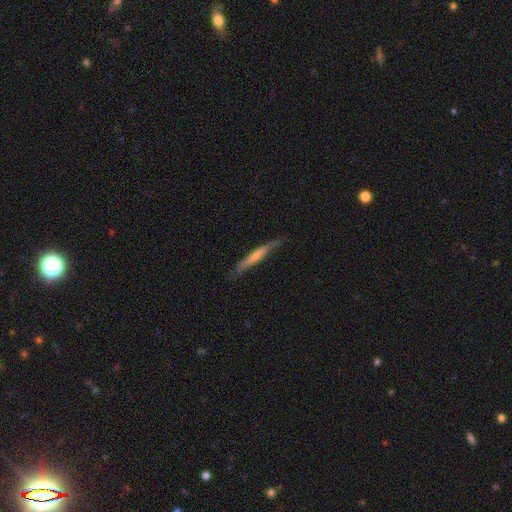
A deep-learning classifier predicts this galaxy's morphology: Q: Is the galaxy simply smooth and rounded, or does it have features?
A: featured or disk — 63%.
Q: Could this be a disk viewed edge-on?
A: yes — 94%.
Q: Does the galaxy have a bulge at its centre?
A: rounded — 52%.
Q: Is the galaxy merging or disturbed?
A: none — 82%.